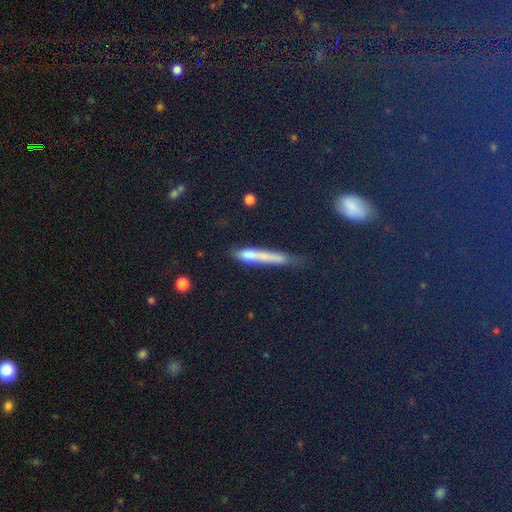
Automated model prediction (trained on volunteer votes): Smooth or featured: smooth — 56% (star or artifact — 23%)
How rounded: cigar-shaped — 84% (in between — 10%)
Merging: none — 59% (minor disturbance — 23%)